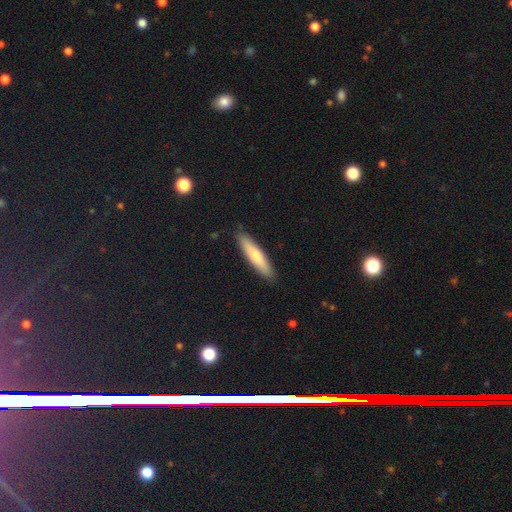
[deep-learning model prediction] This is likely a smooth galaxy (73%). How rounded: clearly cigar-shaped (83%). Merging: clearly none (89%).